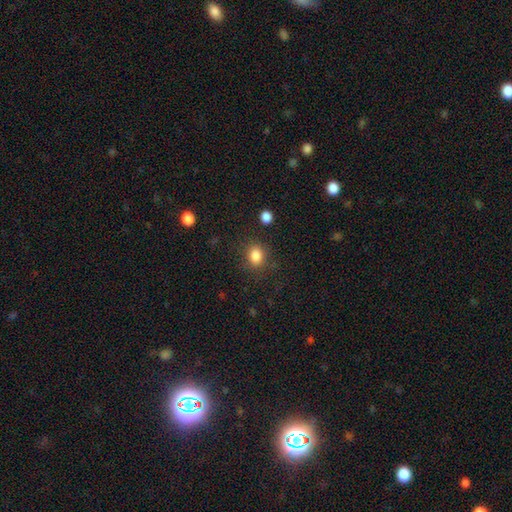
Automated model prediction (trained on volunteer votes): smooth_or_featured: smooth (p=0.84) [alt: star or artifact p=0.11]
how_rounded: in between (p=0.50) [alt: round p=0.49]
merging: none (p=0.82) [alt: minor disturbance p=0.11]